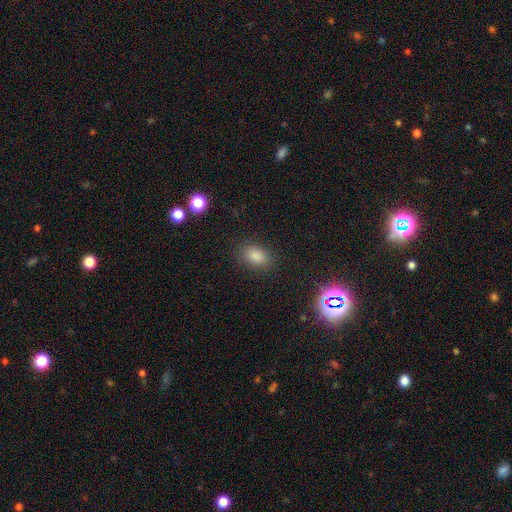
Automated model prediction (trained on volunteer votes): Q: Smooth or featured?
A: smooth (78%); runner-up: star or artifact (16%)
Q: How rounded?
A: in between (76%); runner-up: round (22%)
Q: Merging?
A: none (86%); runner-up: minor disturbance (9%)